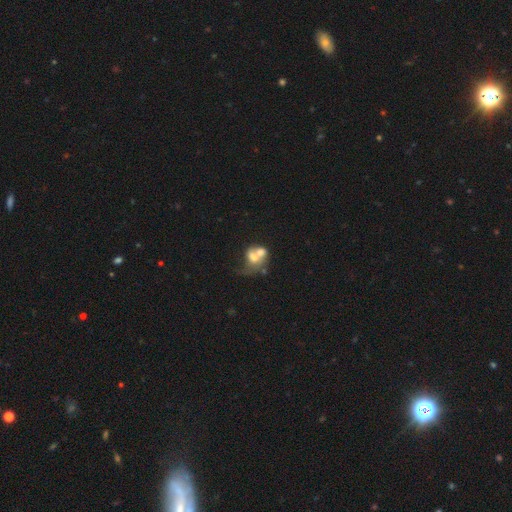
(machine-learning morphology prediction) smooth 52%, featured or disk 37%, star or artifact 10%. Down the decision tree: how rounded — in between (50%); merging — merger (65%).